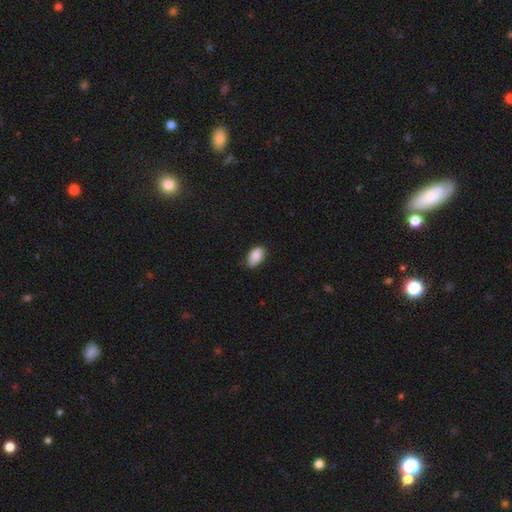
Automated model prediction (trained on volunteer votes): Overall: smooth (89%). How rounded: in between (93%). Merging: none (76%).